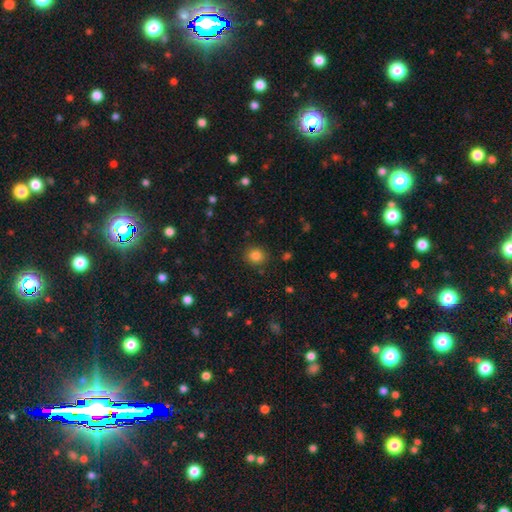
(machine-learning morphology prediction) This is clearly a smooth galaxy (83%). How rounded: clearly round (83%). Merging: clearly none (88%).